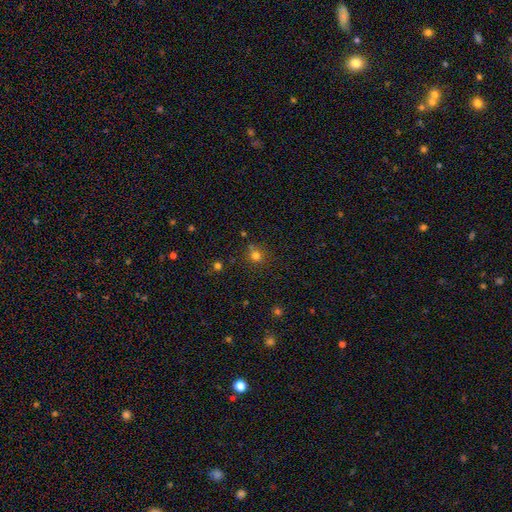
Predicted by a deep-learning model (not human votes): Overall: smooth (75%). How rounded: round (89%). Merging: none (74%).